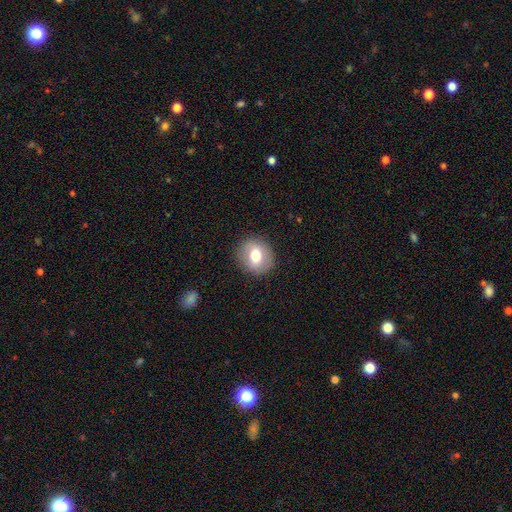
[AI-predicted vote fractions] smooth 66%, featured or disk 25%, star or artifact 8%. Down the decision tree: how rounded — round (73%); merging — none (87%).